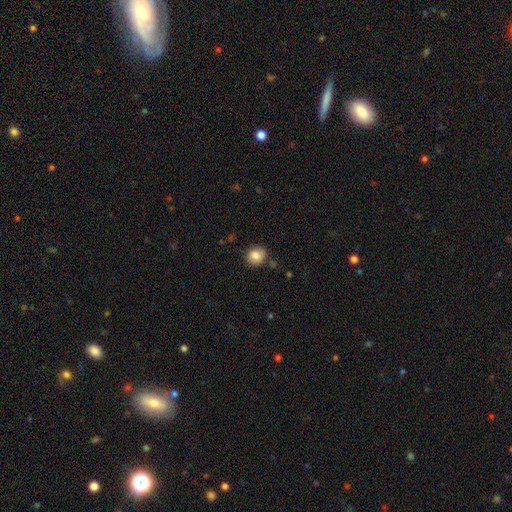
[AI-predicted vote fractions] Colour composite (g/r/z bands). It shows a smooth galaxy with no disk features (84%) that is round (76%). Merging: none (75%).